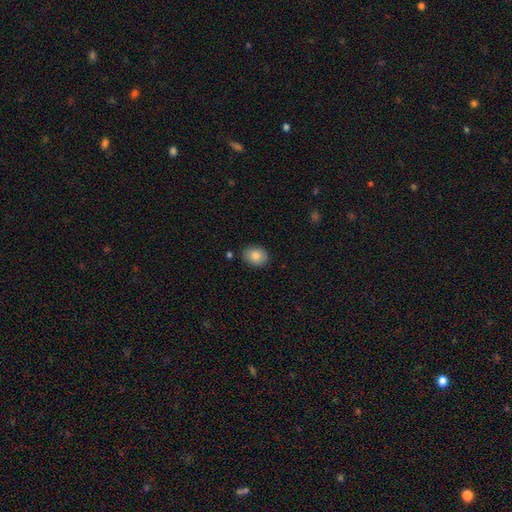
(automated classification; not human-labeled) Smooth or featured? Predicted: smooth (p=0.84). How rounded? Predicted: in between (p=0.63). Merging? Predicted: none (p=0.87).